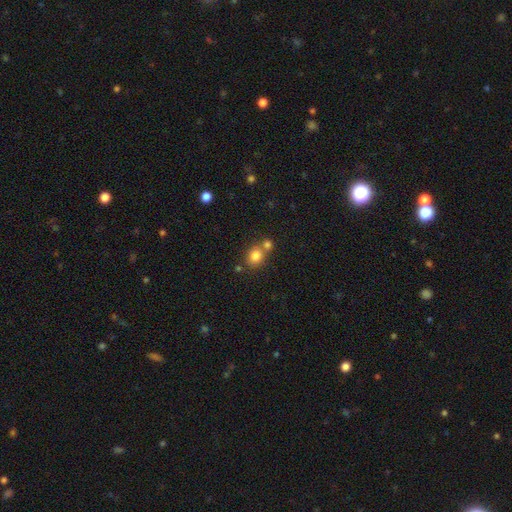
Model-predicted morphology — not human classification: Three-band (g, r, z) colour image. It shows a smooth galaxy with no disk features (82%) that is round (67%). Merging: none (56%).